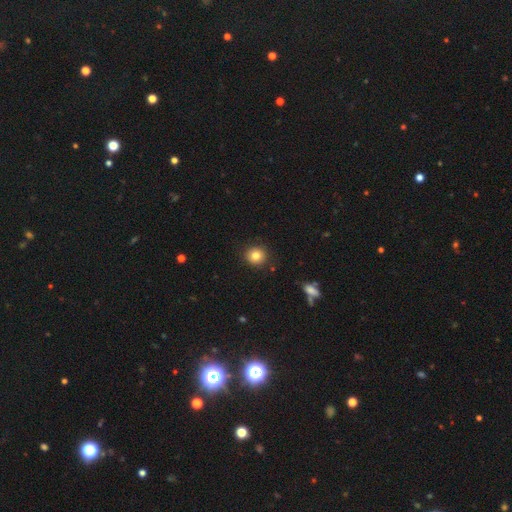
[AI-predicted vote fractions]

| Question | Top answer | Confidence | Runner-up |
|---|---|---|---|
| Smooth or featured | smooth | 81% | star or artifact (11%) |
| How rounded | round | 91% | in between (8%) |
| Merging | none | 89% | minor disturbance (7%) |